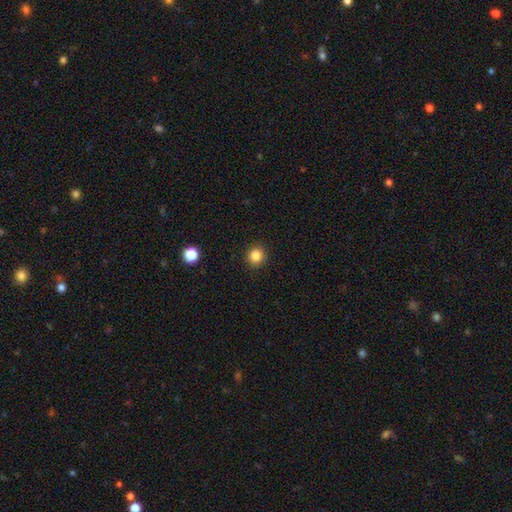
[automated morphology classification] This is clearly a smooth galaxy (85%). How rounded: clearly round (89%). Merging: clearly none (92%).